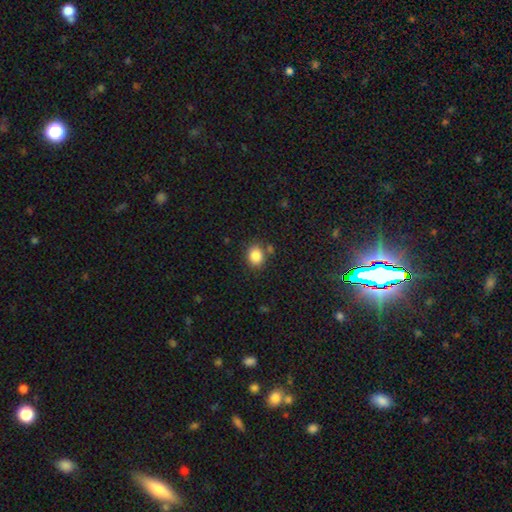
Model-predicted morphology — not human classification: A smooth galaxy with no disk features (86%) that is round (57%). Merging: none (78%).